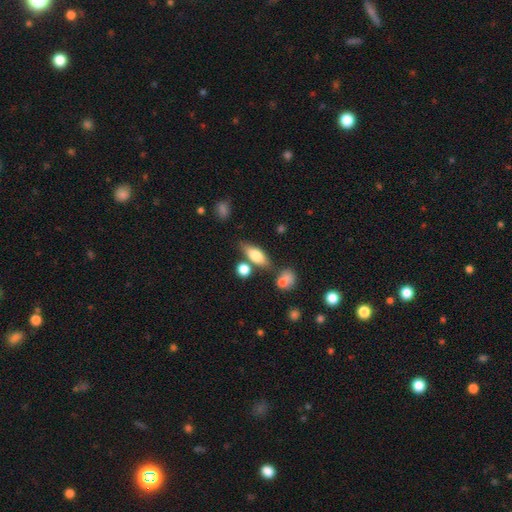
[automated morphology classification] The model was most divided on "how rounded": in between: 70%, cigar-shaped: 25%, round: 5%. More confident: smooth or featured — smooth (70%); merging — none (69%).